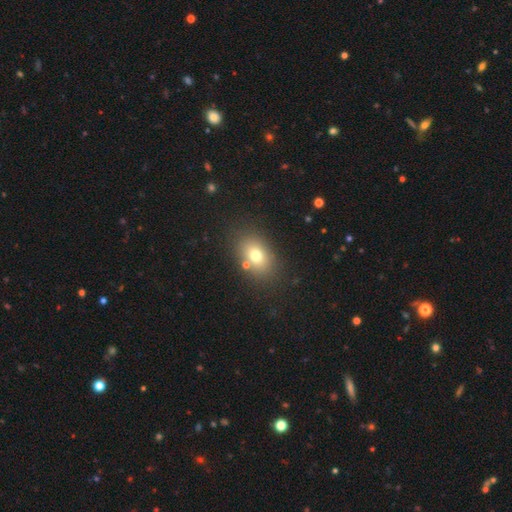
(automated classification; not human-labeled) Smooth or featured?
  - smooth: 73% *
  - featured or disk: 14%
  - star or artifact: 13%
How rounded?
  - in between: 75% *
  - round: 24%
  - cigar-shaped: 1%
Merging?
  - none: 78% *
  - minor disturbance: 11%
  - merger: 8%
  - major disturbance: 4%